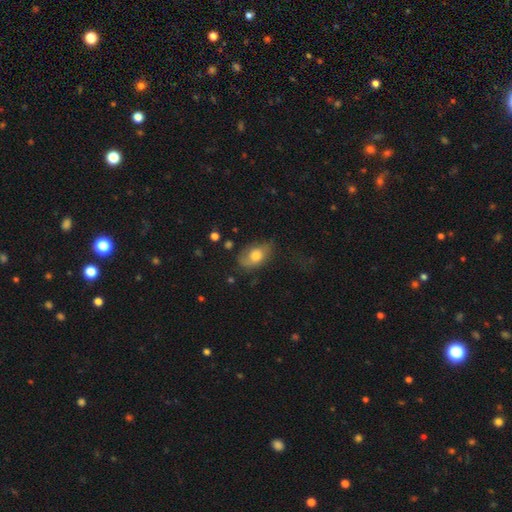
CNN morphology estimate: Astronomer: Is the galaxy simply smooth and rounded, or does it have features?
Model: smooth — 69%.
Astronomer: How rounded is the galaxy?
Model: in between — 86%.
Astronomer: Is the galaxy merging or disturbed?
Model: none — 54% (runner-up: minor disturbance, 31%).